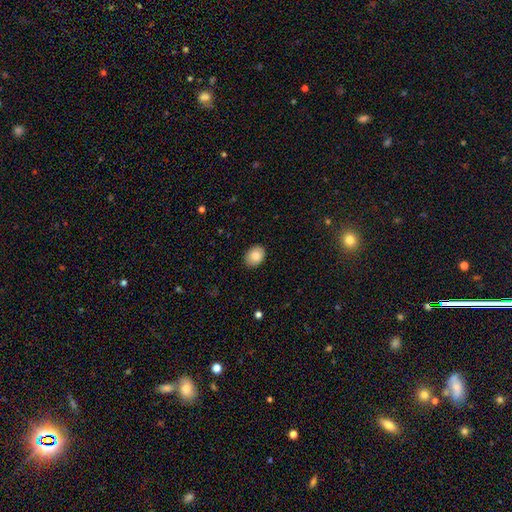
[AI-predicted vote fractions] Smooth or featured?
  - smooth: 84% *
  - featured or disk: 8%
  - star or artifact: 7%
How rounded?
  - in between: 68% *
  - round: 31%
  - cigar-shaped: 1%
Merging?
  - none: 88% *
  - minor disturbance: 9%
  - major disturbance: 2%
  - merger: 1%